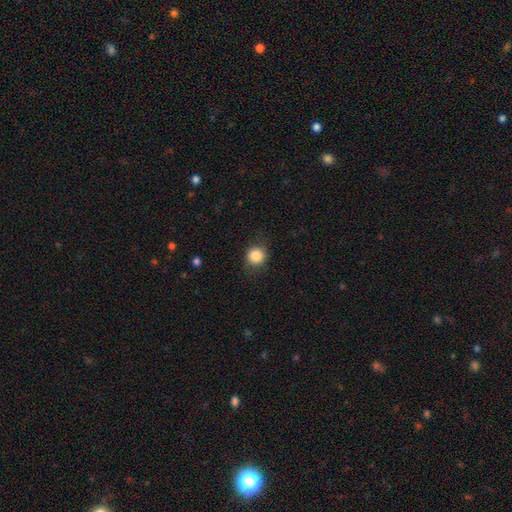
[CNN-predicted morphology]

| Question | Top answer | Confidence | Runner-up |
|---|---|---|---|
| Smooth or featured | smooth | 85% | star or artifact (10%) |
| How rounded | round | 87% | in between (12%) |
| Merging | none | 82% | minor disturbance (13%) |